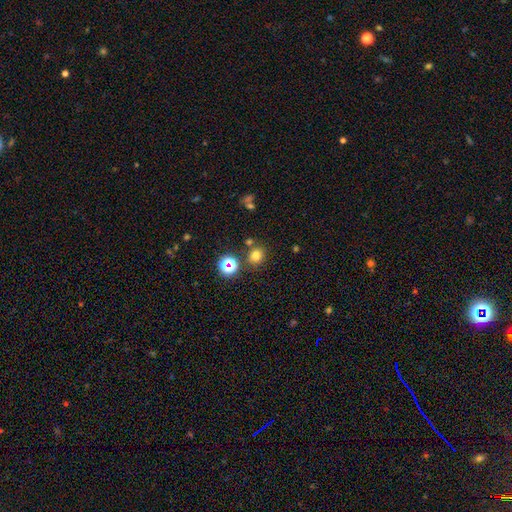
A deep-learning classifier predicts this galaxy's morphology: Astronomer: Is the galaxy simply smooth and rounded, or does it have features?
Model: smooth — 74%.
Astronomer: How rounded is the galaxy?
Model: round — 84%.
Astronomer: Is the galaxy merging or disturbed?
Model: none — 79%.